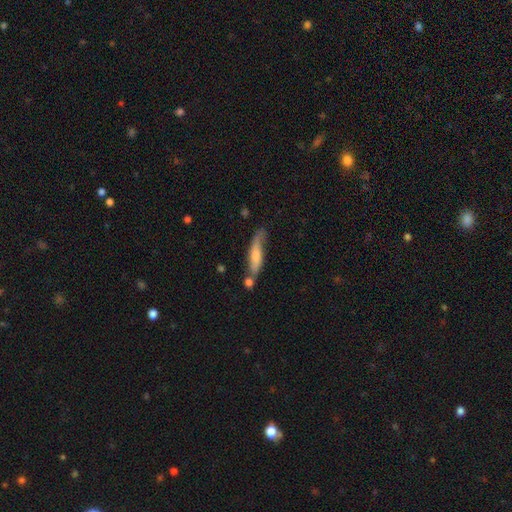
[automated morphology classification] Smooth or featured?
  - smooth: 50% *
  - featured or disk: 44%
  - star or artifact: 6%
Merging?
  - none: 50% *
  - minor disturbance: 23%
  - merger: 19%
  - major disturbance: 8%